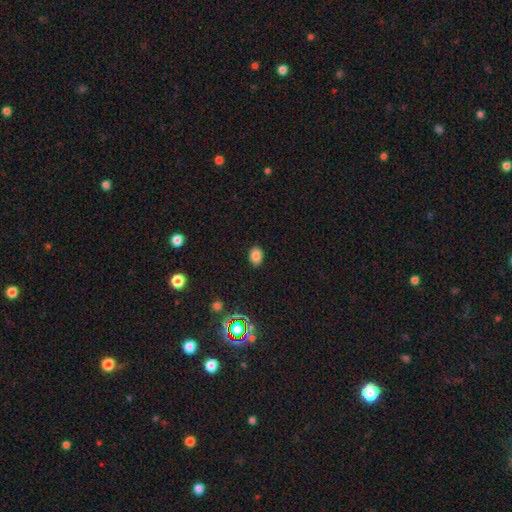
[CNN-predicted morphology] Smooth or featured: smooth — 82% (star or artifact — 13%)
How rounded: in between — 75% (round — 24%)
Merging: none — 88% (minor disturbance — 9%)